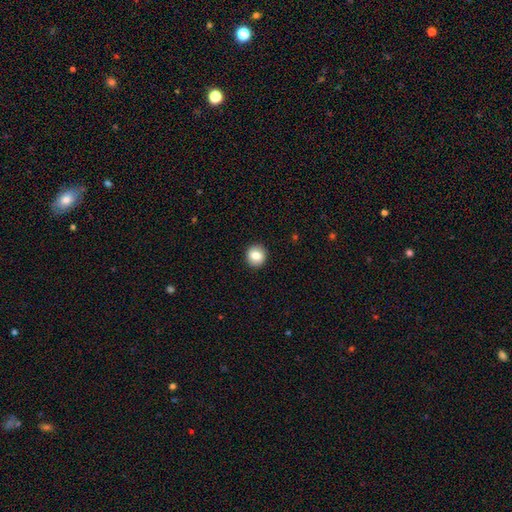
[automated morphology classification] Smooth or featured: smooth — 83% (star or artifact — 9%)
How rounded: round — 86% (in between — 13%)
Merging: none — 91% (minor disturbance — 6%)